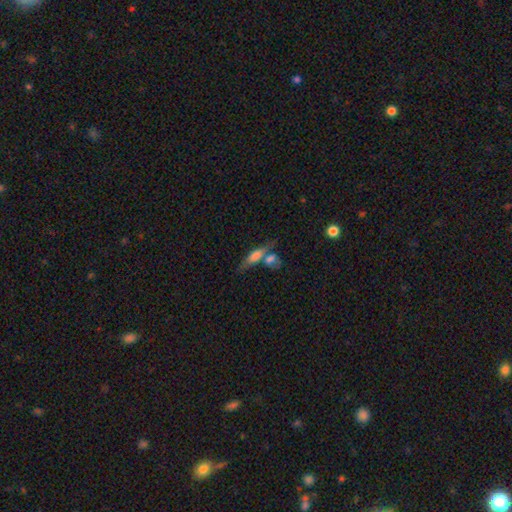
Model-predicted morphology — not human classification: smooth_or_featured: smooth (p=0.57) [alt: featured or disk p=0.35]
how_rounded: cigar-shaped (p=0.51) [alt: in between p=0.44]
merging: none (p=0.42) [alt: merger p=0.39]